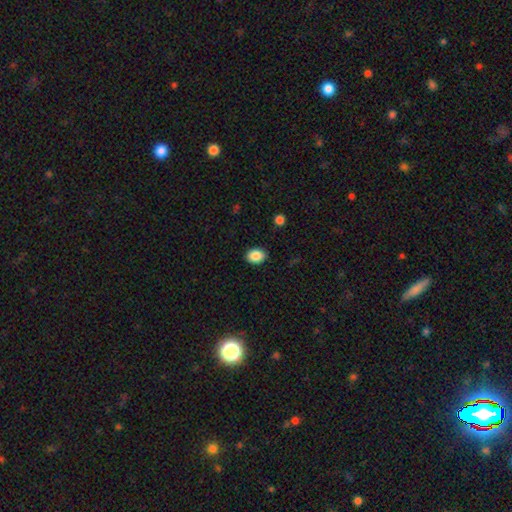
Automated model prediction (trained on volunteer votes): smooth_or_featured: smooth (p=0.88) [alt: star or artifact p=0.08]
how_rounded: in between (p=0.65) [alt: round p=0.34]
merging: none (p=0.89) [alt: minor disturbance p=0.08]